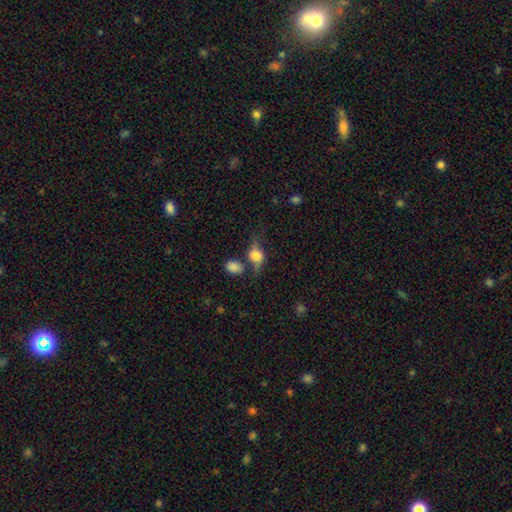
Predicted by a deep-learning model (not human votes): Smooth or featured: smooth — 50% (featured or disk — 39%)
How rounded: in between — 55% (round — 39%)
Merging: none — 52% (minor disturbance — 22%)